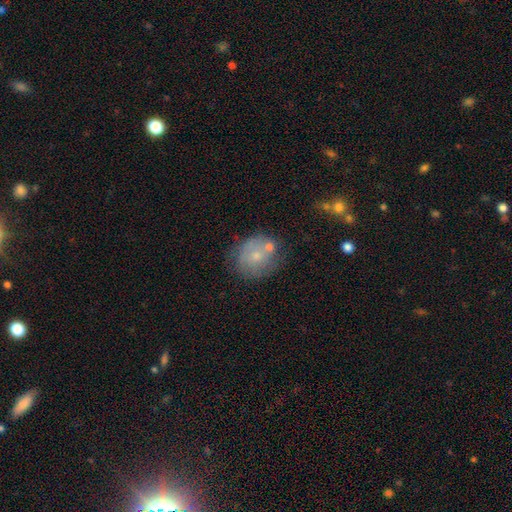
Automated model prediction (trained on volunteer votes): Q: Smooth or featured?
A: smooth (52%); runner-up: featured or disk (39%)
Q: How rounded?
A: round (72%); runner-up: in between (27%)
Q: Merging?
A: none (52%); runner-up: minor disturbance (22%)